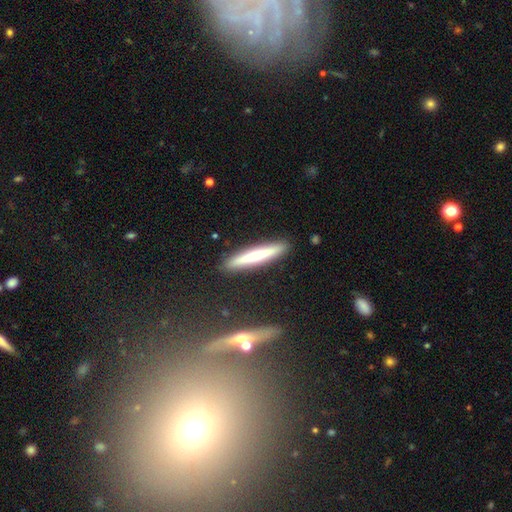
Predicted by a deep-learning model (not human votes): smooth_or_featured: smooth (p=0.60) [alt: featured or disk p=0.34]
how_rounded: cigar-shaped (p=0.93) [alt: in between p=0.06]
merging: none (p=0.90) [alt: minor disturbance p=0.07]